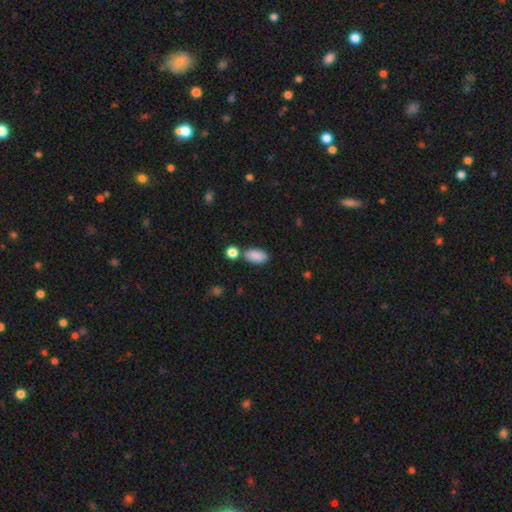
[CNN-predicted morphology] Overall: smooth (88%). How rounded: in between (93%). Merging: none (69%).